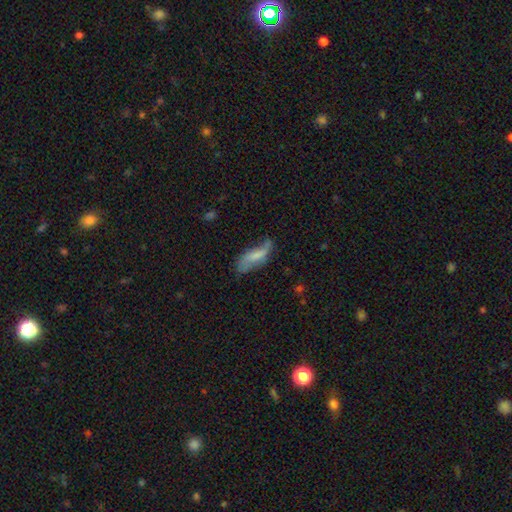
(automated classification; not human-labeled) Overall: smooth (52%; featured or disk 40%). How rounded: in between (61%; cigar-shaped 36%). Merging: none (41%; minor disturbance 34%).